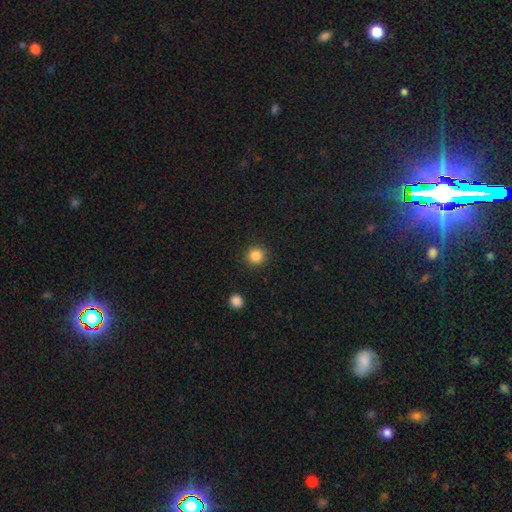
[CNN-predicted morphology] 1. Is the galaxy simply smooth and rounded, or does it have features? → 86% smooth, 10% star or artifact, 3% featured or disk.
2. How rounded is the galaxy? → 94% round, 5% in between, 1% cigar-shaped.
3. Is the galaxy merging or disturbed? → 91% none, 5% minor disturbance, 2% major disturbance, 1% merger.